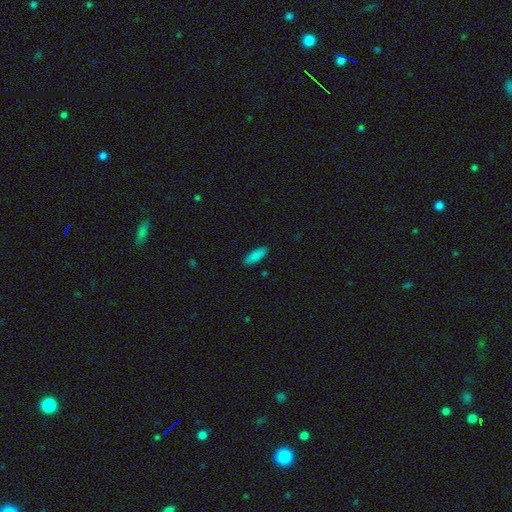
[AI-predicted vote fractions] Smooth or featured: smooth — 88% (star or artifact — 7%)
How rounded: in between — 63% (cigar-shaped — 35%)
Merging: none — 89% (minor disturbance — 8%)